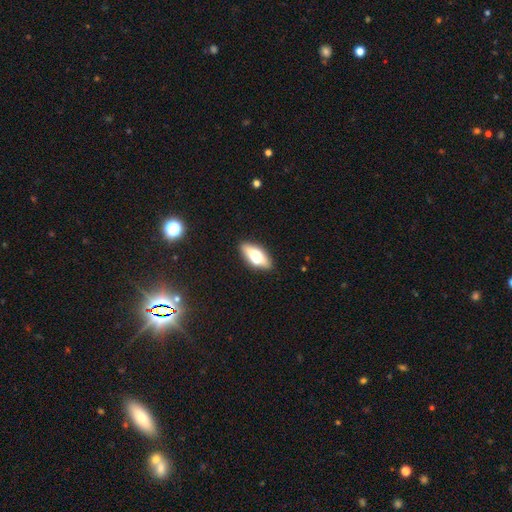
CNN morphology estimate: type=smooth (59%); roundness=in between (80%); merging=none (80%).